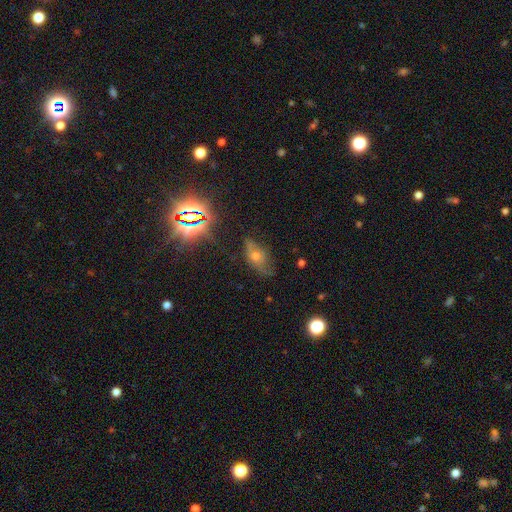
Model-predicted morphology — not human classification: The model was most divided on "smooth or featured": smooth: 44%, featured or disk: 30%, star or artifact: 25%. More confident: merging — none (59%).